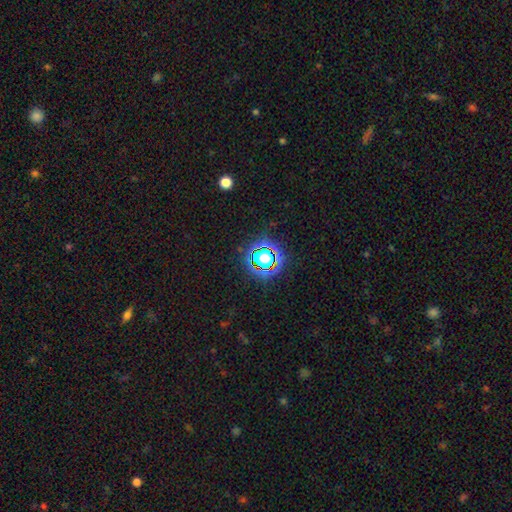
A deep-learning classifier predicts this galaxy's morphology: Overall: star or artifact (71%).